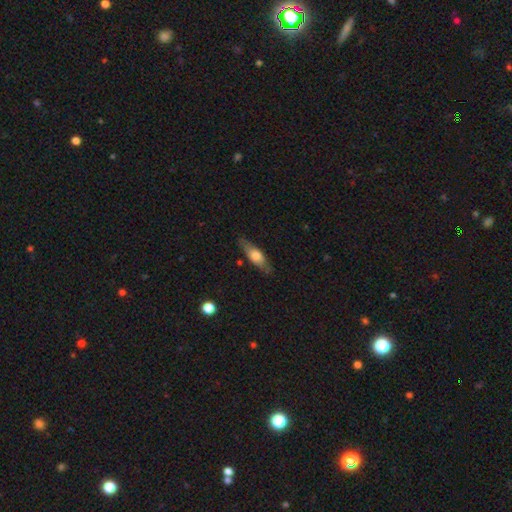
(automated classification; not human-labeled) Smooth or featured: smooth — 55% (featured or disk — 39%)
How rounded: in between — 51% (cigar-shaped — 46%)
Merging: none — 82% (minor disturbance — 13%)